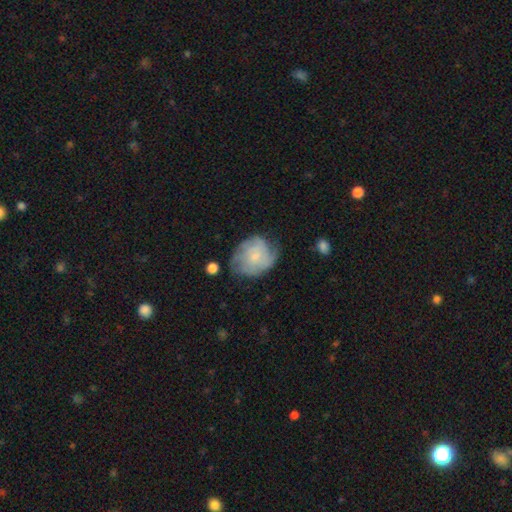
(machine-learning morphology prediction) featured or disk 62%, smooth 31%, star or artifact 7%. Down the decision tree: edge-on disk — no (98%); bar — no (73%); spiral arms — yes (85%); spiral arm count — can't tell (44%); spiral winding — tight (53%); bulge size — small (56%); merging — none (56%).